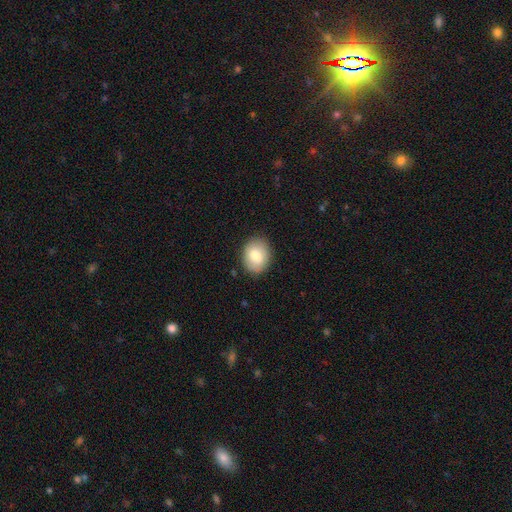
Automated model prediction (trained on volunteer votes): Smooth or featured?
  - smooth: 79% *
  - featured or disk: 14%
  - star or artifact: 7%
How rounded?
  - in between: 55% *
  - round: 44%
  - cigar-shaped: 1%
Merging?
  - none: 87% *
  - minor disturbance: 10%
  - major disturbance: 2%
  - merger: 1%